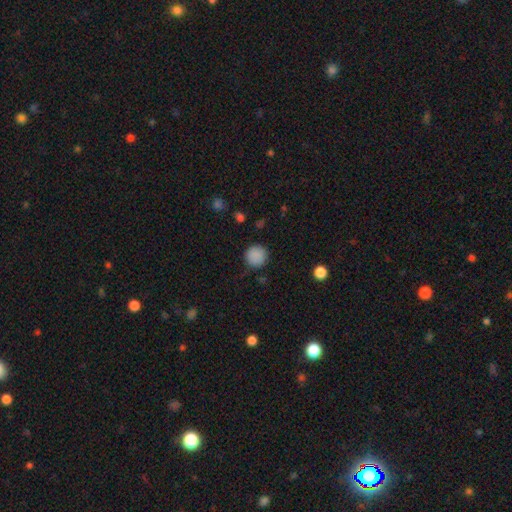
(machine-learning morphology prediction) smooth_or_featured: smooth (p=0.87) [alt: star or artifact p=0.09]
how_rounded: round (p=0.94) [alt: in between p=0.05]
merging: none (p=0.86) [alt: minor disturbance p=0.10]